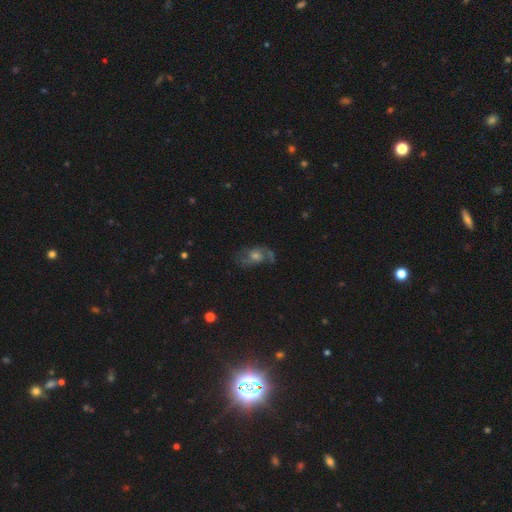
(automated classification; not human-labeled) This is likely a featured or disk galaxy (62%). It is clearly not viewed edge-on (93%). Bar: likely no (69%). Spiral arm pattern: clearly yes (82%). Central bulge: possibly moderate (57%). Merging: likely none (60%).